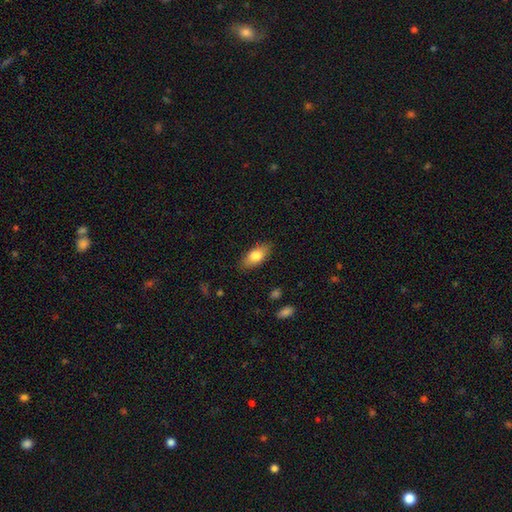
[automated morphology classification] smooth 77%, featured or disk 16%, star or artifact 7%. Down the decision tree: how rounded — in between (85%); merging — none (85%).